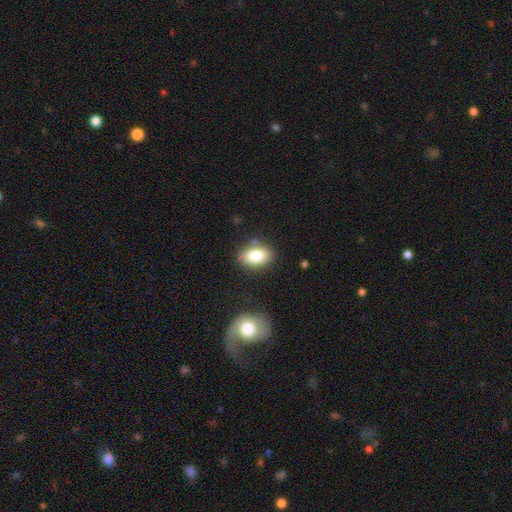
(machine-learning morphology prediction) This appears to be a smooth galaxy with no disk features (81%) that is in between round and cigar-shaped (82%). Merging: none (80%).